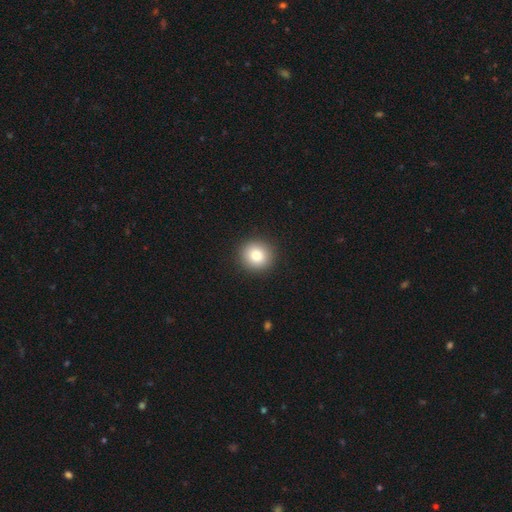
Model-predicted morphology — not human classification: type=smooth (83%); roundness=round (91%); merging=none (92%).